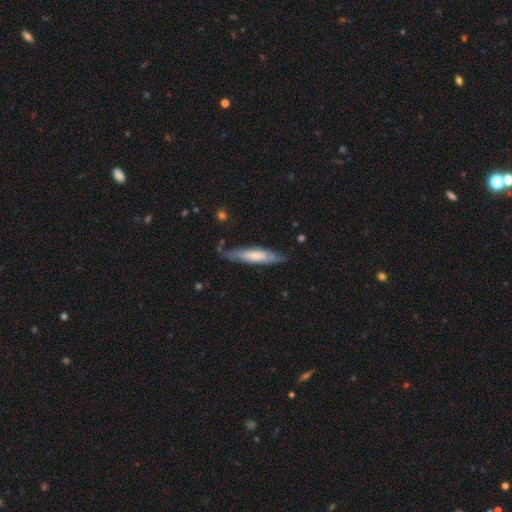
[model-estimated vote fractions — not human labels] Smooth or featured? smooth (56%)
How rounded? cigar-shaped (84%)
Merging? none (77%)